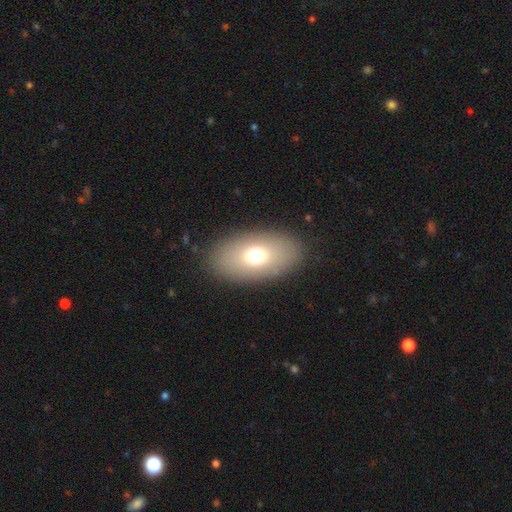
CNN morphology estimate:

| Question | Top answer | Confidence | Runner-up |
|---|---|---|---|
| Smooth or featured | smooth | 70% | featured or disk (20%) |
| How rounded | in between | 90% | round (8%) |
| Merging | none | 87% | minor disturbance (8%) |